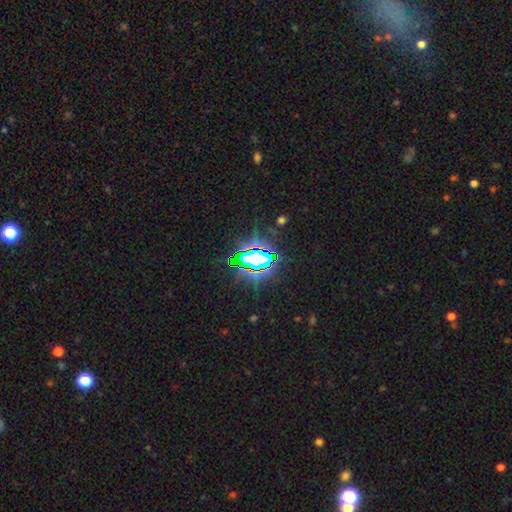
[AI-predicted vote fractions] smooth-or-featured: star or artifact: 81% | smooth: 11% | featured or disk: 7%